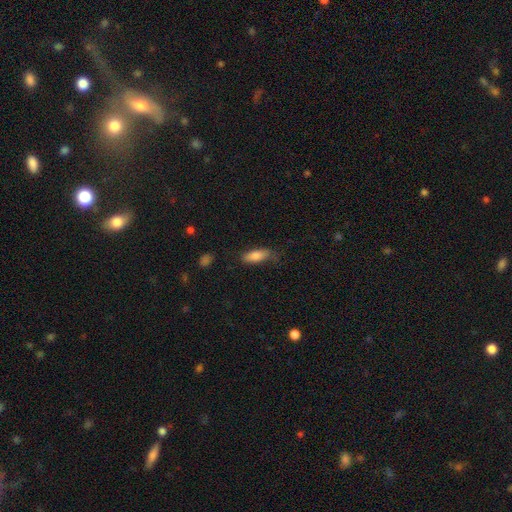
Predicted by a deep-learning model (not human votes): This is clearly a smooth galaxy (81%). How rounded: likely in between (66%). Merging: likely none (68%).